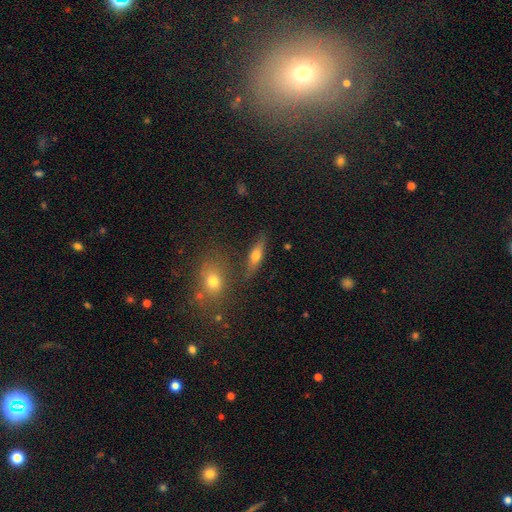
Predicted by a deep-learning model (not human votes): A smooth galaxy with no disk features (56%) that is cigar-shaped (47%). Merging: none (76%).